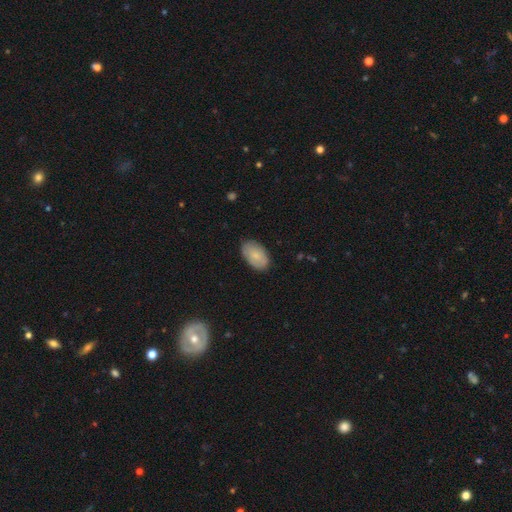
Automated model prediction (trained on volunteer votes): The model was most divided on "smooth or featured": smooth: 76%, featured or disk: 18%, star or artifact: 6%. More confident: how rounded — in between (93%); merging — none (82%).